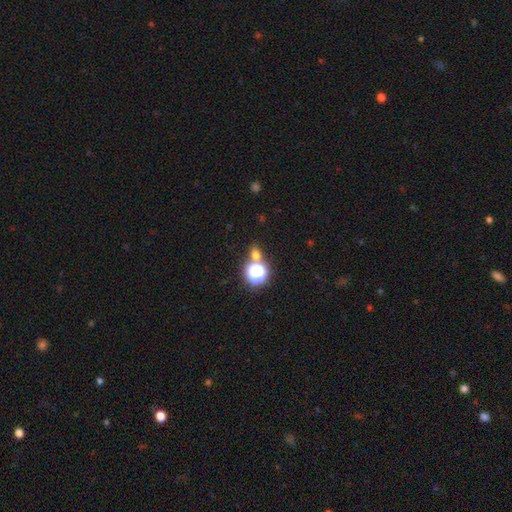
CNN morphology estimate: This is possibly a smooth galaxy (59%). How rounded: likely round (72%). Merging: likely none (68%).